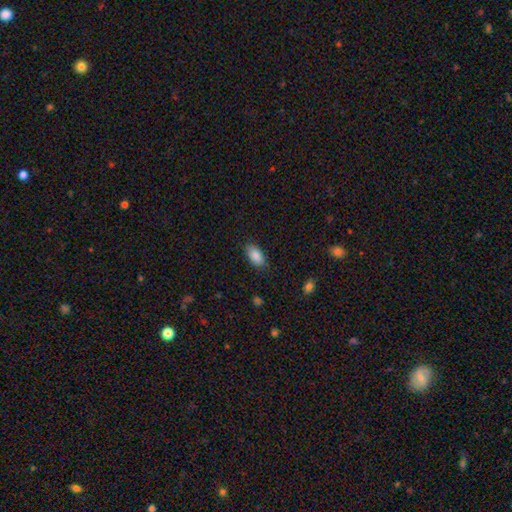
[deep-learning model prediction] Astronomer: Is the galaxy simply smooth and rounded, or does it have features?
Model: smooth — 88%.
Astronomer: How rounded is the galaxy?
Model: in between — 92%.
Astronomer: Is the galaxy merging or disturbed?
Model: none — 82%.